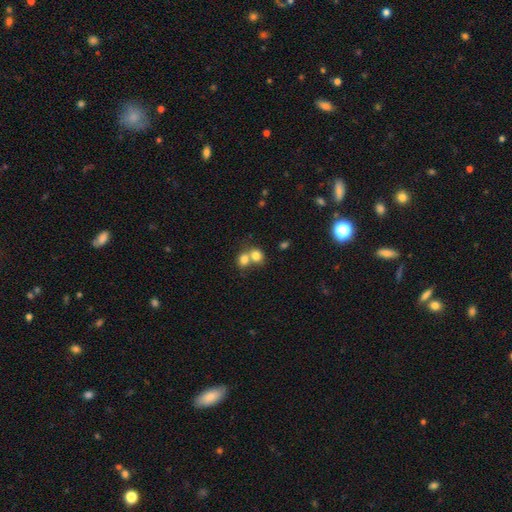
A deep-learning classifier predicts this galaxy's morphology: A smooth galaxy with no disk features (77%) that is round (67%).

Vote fractions:
- Smooth or featured? smooth: 77% / featured or disk: 12% / star or artifact: 11%
- How rounded? round: 67% / in between: 32% / cigar-shaped: 1%
- Merging? merger: 63% / none: 29% / minor disturbance: 5% / major disturbance: 3%